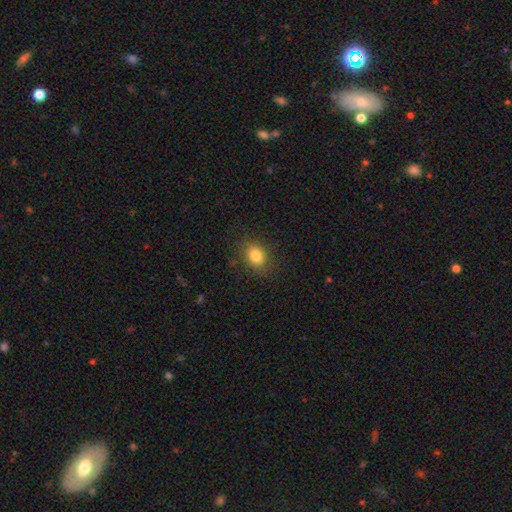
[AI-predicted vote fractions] Smooth or featured? smooth (82%)
How rounded? in between (62%)
Merging? none (84%)